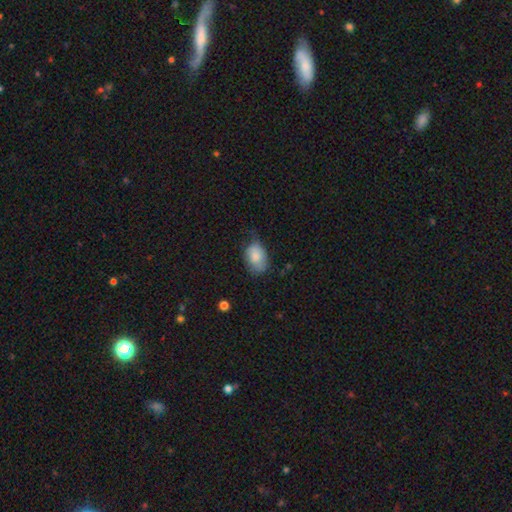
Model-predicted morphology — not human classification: The model was most divided on "merging": none: 48%, minor disturbance: 38%, major disturbance: 12%, merger: 2%. More confident: how rounded — in between (84%); smooth or featured — smooth (79%).